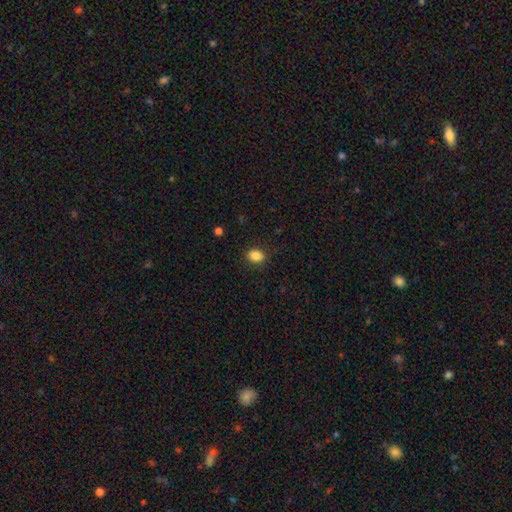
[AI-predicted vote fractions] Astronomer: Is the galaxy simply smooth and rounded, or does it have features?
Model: smooth — 86%.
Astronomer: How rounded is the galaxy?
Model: in between — 53% (runner-up: round, 46%).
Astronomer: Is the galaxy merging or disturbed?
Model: none — 85%.